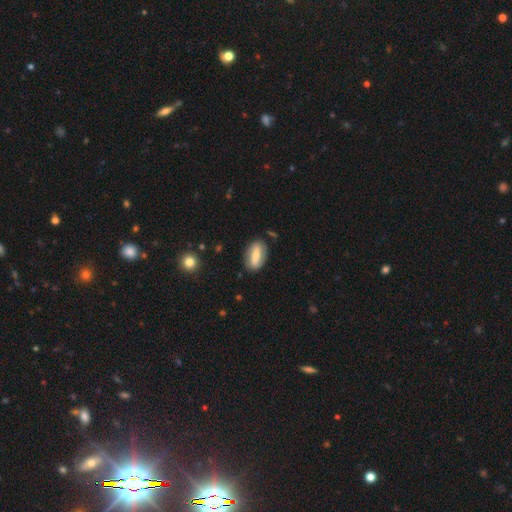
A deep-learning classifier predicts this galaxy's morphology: Q: Smooth or featured?
A: smooth (57%); runner-up: featured or disk (37%)
Q: How rounded?
A: in between (84%); runner-up: cigar-shaped (11%)
Q: Merging?
A: none (80%); runner-up: minor disturbance (14%)